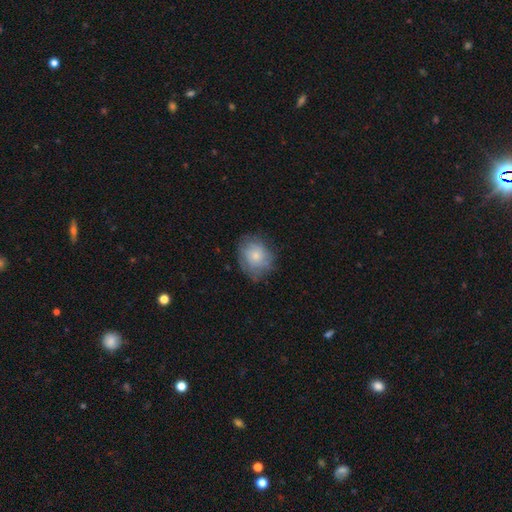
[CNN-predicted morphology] This is likely a smooth galaxy (62%). How rounded: likely round (63%). Merging: likely none (67%).